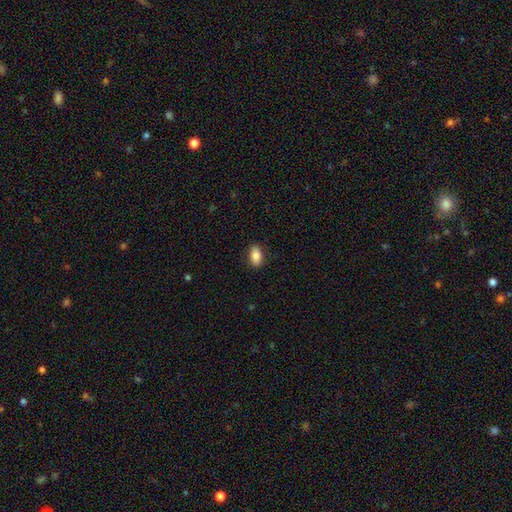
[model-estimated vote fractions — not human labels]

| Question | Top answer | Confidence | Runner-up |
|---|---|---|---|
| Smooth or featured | smooth | 86% | star or artifact (7%) |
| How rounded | in between | 91% | round (5%) |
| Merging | none | 88% | minor disturbance (9%) |